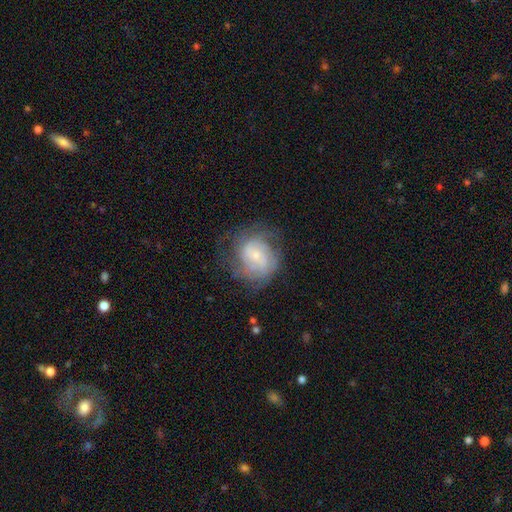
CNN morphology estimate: Smooth or featured? Predicted: featured or disk (p=0.67). Edge-on disk? Predicted: no (p=0.98). Bar? Predicted: no (p=0.63). Spiral arms? Predicted: yes (p=0.86). Spiral winding? Predicted: tight (p=0.53). Spiral arm count? Predicted: can't tell (p=0.45). Bulge size? Predicted: small (p=0.69). Merging? Predicted: none (p=0.64).